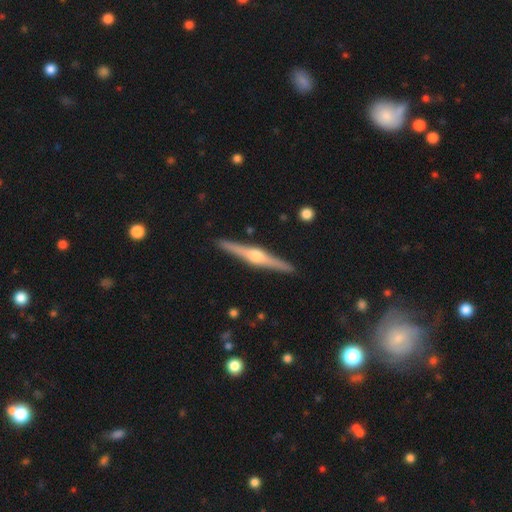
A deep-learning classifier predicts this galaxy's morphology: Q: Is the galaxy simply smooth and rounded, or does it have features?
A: featured or disk — 82%.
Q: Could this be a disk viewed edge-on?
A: yes — 98%.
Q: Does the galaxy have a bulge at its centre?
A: rounded — 93%.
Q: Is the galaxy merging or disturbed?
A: none — 92%.